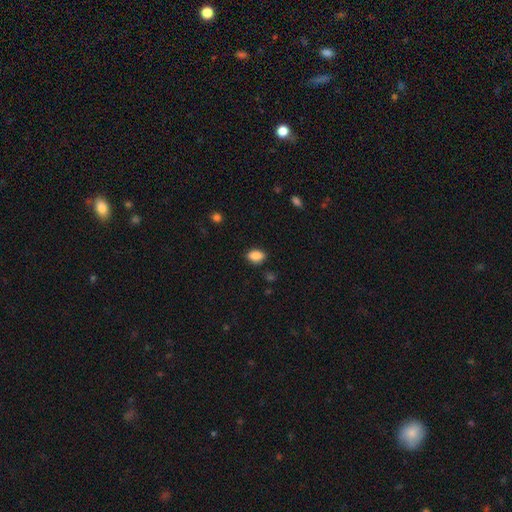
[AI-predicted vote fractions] Q: Smooth or featured?
A: smooth (87%); runner-up: star or artifact (8%)
Q: How rounded?
A: in between (82%); runner-up: round (16%)
Q: Merging?
A: none (84%); runner-up: minor disturbance (12%)